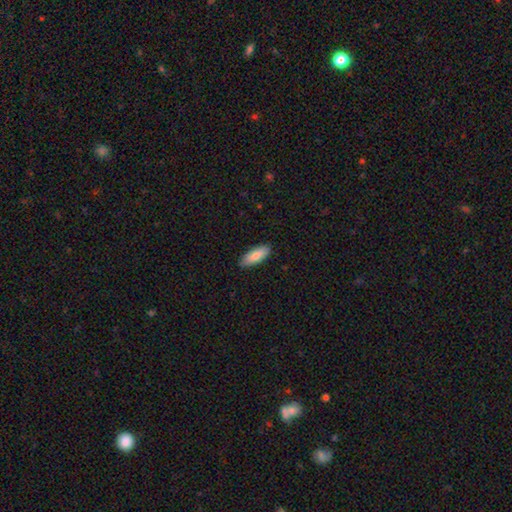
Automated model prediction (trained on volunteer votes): This appears to be a smooth galaxy with no disk features (83%) that is in between round and cigar-shaped (70%). Merging: none (88%).